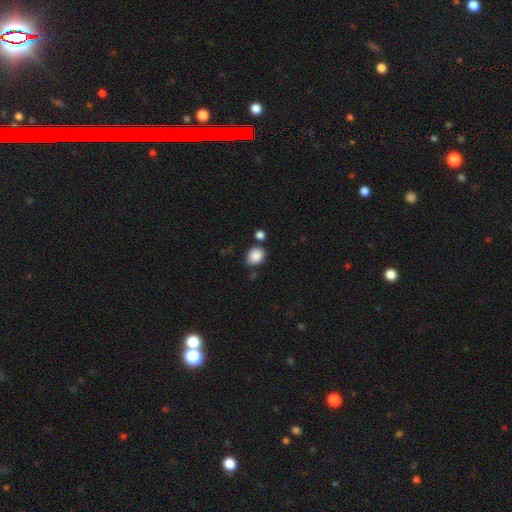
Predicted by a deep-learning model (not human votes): A smooth galaxy with no disk features (88%) that is in between round and cigar-shaped (51%).

Vote fractions:
- Smooth or featured? smooth: 88% / star or artifact: 8% / featured or disk: 4%
- How rounded? in between: 51% / round: 48% / cigar-shaped: 1%
- Merging? none: 68% / minor disturbance: 18% / merger: 10% / major disturbance: 5%